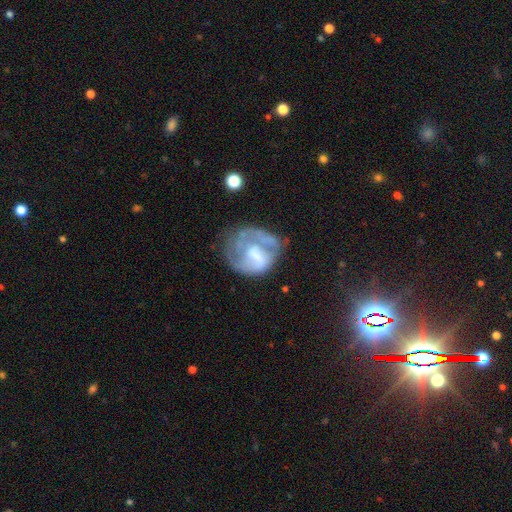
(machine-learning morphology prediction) This is possibly a featured or disk galaxy (58%). It is clearly not viewed edge-on (97%). Bar: possibly no (47%). Spiral arm pattern: possibly no (56%). Central bulge: marginally none (33%). Merging: marginally none (37%).